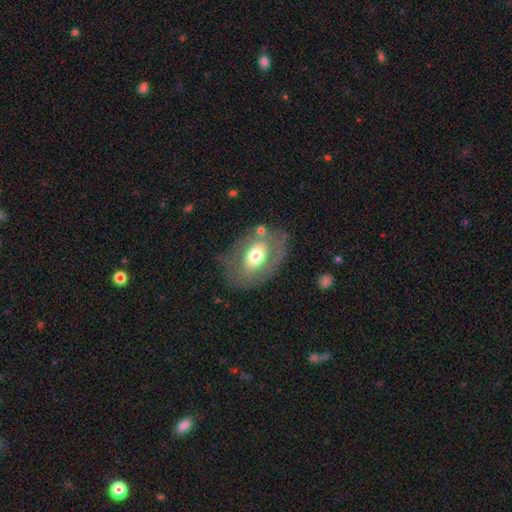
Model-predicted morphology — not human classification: This appears to be a smooth galaxy with no disk features (49%). Merging: none (70%).